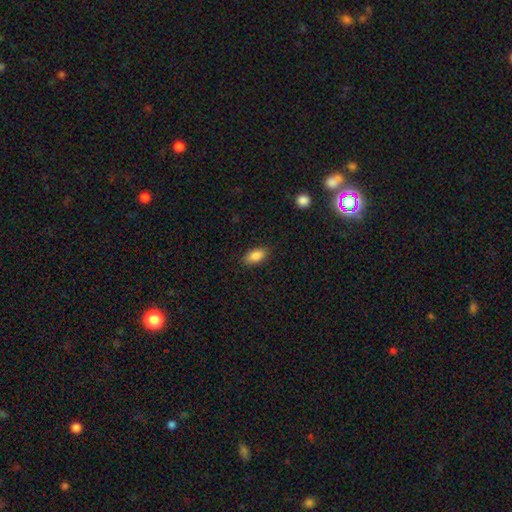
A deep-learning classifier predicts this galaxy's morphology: Smooth or featured? Predicted: smooth (p=0.85). How rounded? Predicted: in between (p=0.89). Merging? Predicted: none (p=0.87).